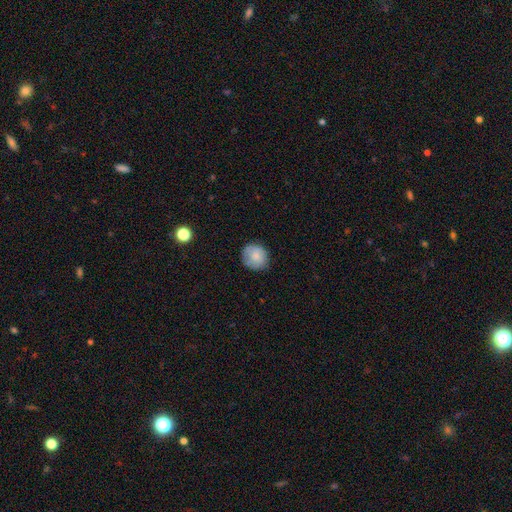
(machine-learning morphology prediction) Smooth or featured? smooth (79%)
How rounded? round (84%)
Merging? none (78%)